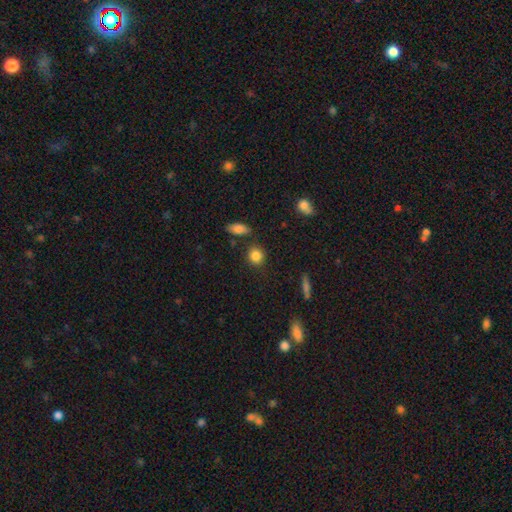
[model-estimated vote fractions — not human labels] Smooth or featured? smooth (85%)
How rounded? round (78%)
Merging? none (81%)